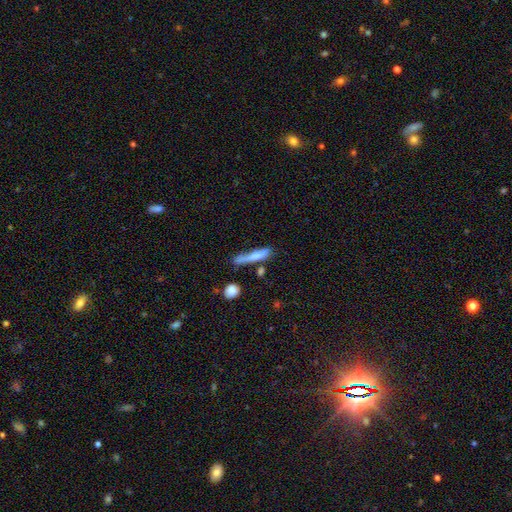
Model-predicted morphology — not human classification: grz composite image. It shows a smooth galaxy with no disk features (68%) that is cigar-shaped (84%). Merging: none (46%).